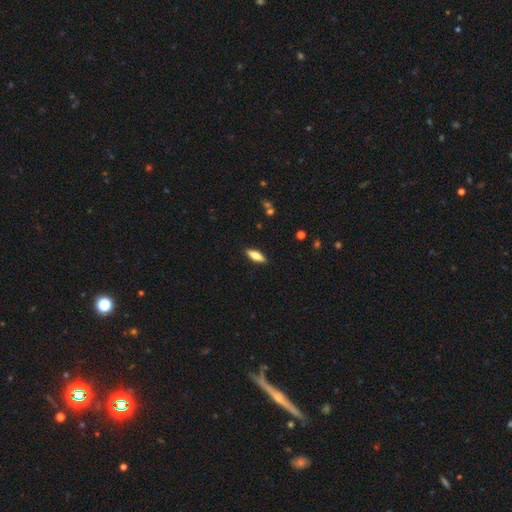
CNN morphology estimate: smooth-or-featured: smooth: 63% | featured or disk: 30% | star or artifact: 6%
  how-rounded: in between: 51% | cigar-shaped: 47% | round: 2%
  merging: none: 89% | minor disturbance: 8% | major disturbance: 2% | merger: 1%